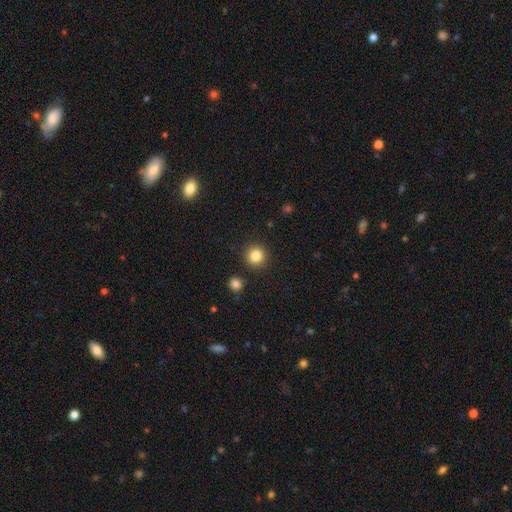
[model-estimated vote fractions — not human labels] The model was most divided on "smooth or featured": smooth: 84%, star or artifact: 11%, featured or disk: 5%. More confident: how rounded — round (94%); merging — none (89%).